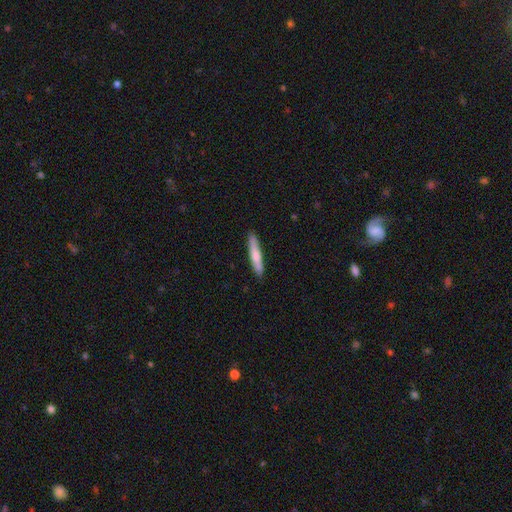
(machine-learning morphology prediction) Smooth or featured?
  - smooth: 71% *
  - featured or disk: 24%
  - star or artifact: 5%
How rounded?
  - cigar-shaped: 91% *
  - in between: 7%
  - round: 1%
Merging?
  - none: 88% *
  - minor disturbance: 9%
  - major disturbance: 2%
  - merger: 1%